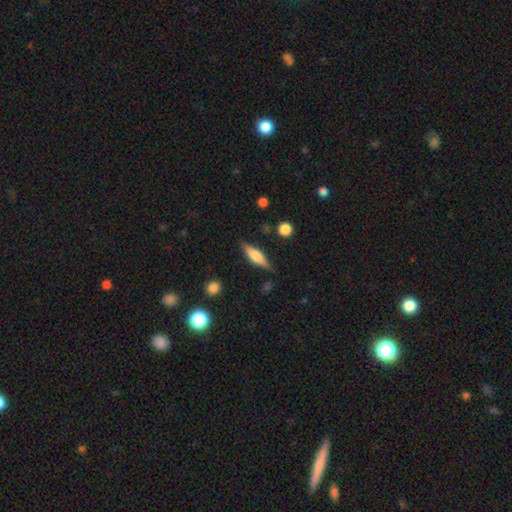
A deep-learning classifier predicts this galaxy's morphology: featured or disk 47%, smooth 46%, star or artifact 7%. Down the decision tree: merging — none (83%).